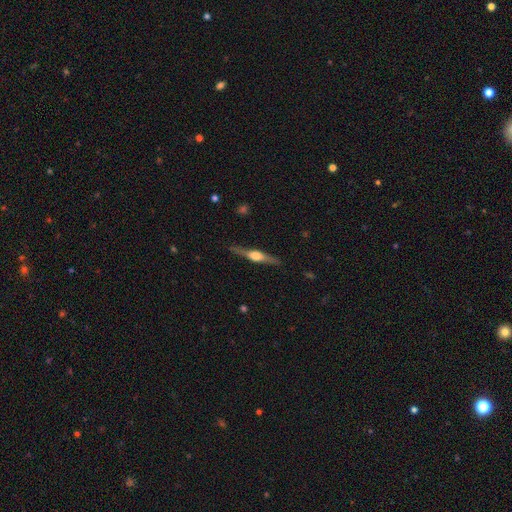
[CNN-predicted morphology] A featured or disk galaxy (78%) viewed edge-on (98%) with a rounded central bulge (91%). Merging: none (88%).